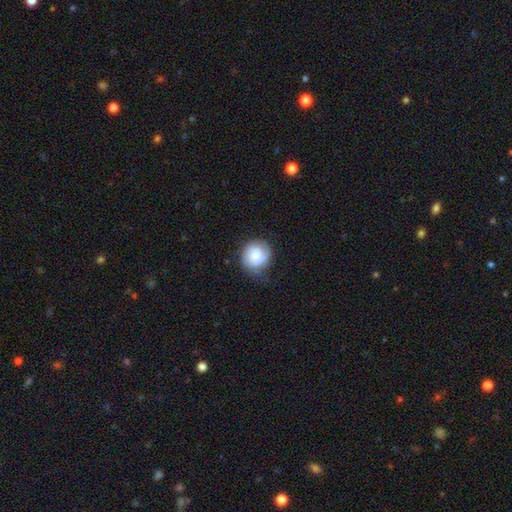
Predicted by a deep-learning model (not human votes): Smooth or featured: smooth — 47% (featured or disk — 46%)
Merging: none — 69% (minor disturbance — 22%)